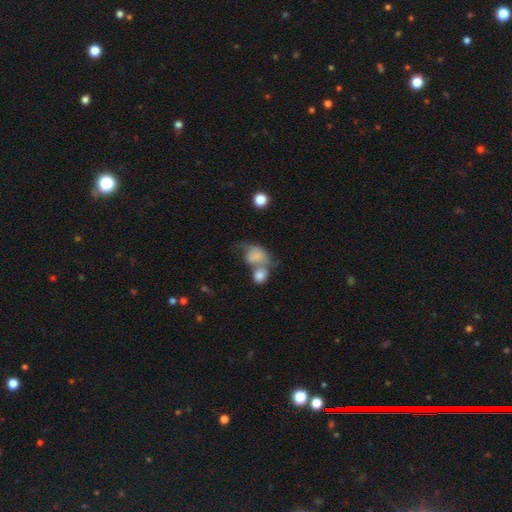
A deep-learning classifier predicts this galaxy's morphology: Smooth or featured: smooth — 67% (featured or disk — 25%)
How rounded: in between — 67% (round — 31%)
Merging: merger — 55% (none — 16%)